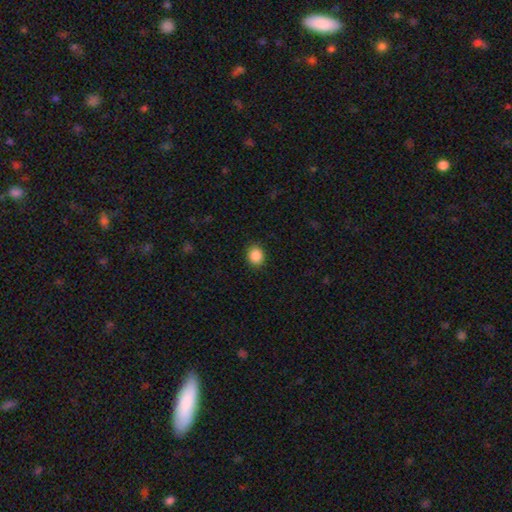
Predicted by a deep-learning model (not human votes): smooth_or_featured: smooth (p=0.88) [alt: star or artifact p=0.09]
how_rounded: round (p=0.70) [alt: in between p=0.29]
merging: none (p=0.89) [alt: minor disturbance p=0.07]